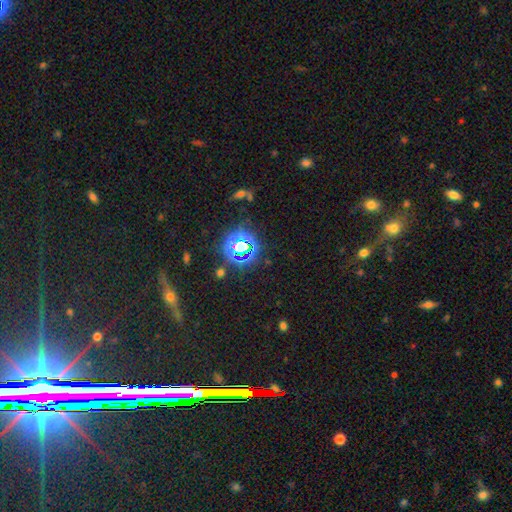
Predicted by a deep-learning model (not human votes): Morphology: type=star or artifact (69%).